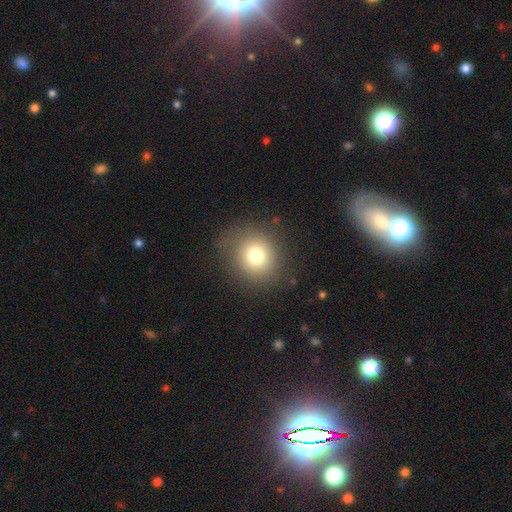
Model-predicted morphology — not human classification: A smooth galaxy with no disk features (76%) that is round (86%). Merging: none (82%).